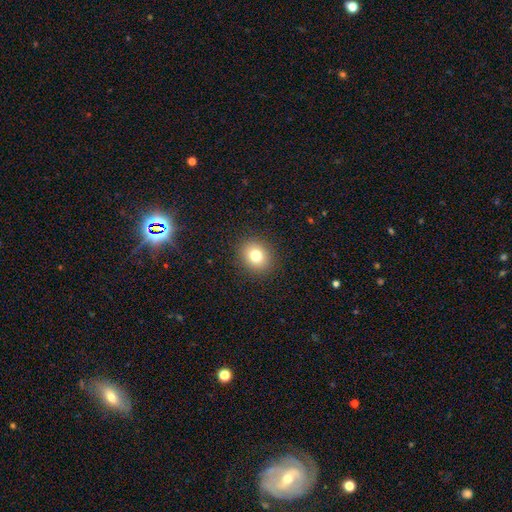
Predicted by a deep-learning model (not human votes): Smooth or featured? smooth (79%)
How rounded? round (75%)
Merging? none (90%)